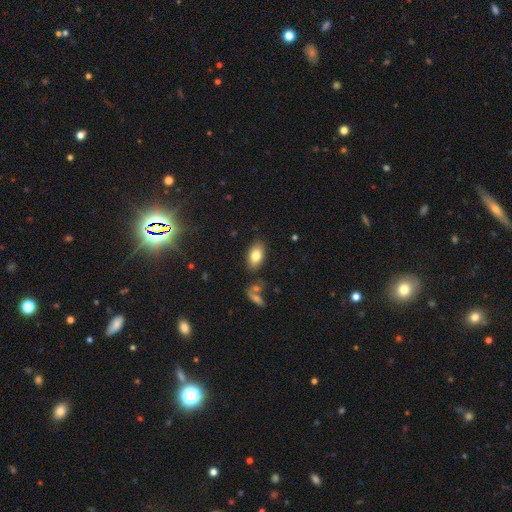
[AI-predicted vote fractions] Morphology: type=smooth (79%); roundness=in between (91%); merging=none (82%).